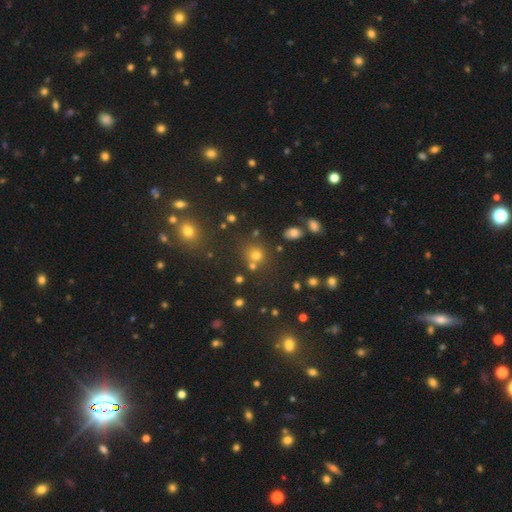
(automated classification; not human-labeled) smooth-or-featured: smooth: 60% | star or artifact: 32% | featured or disk: 8%
  how-rounded: round: 88% | in between: 11% | cigar-shaped: 1%
  merging: none: 75% | merger: 13% | minor disturbance: 8% | major disturbance: 3%